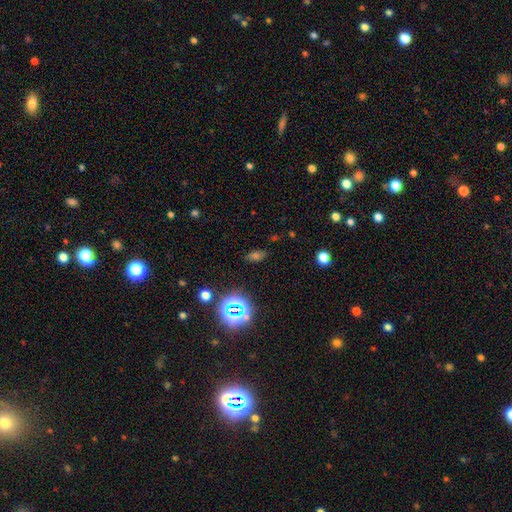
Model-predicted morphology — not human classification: The model was most divided on "smooth or featured": star or artifact: 46%, smooth: 42%, featured or disk: 12%.